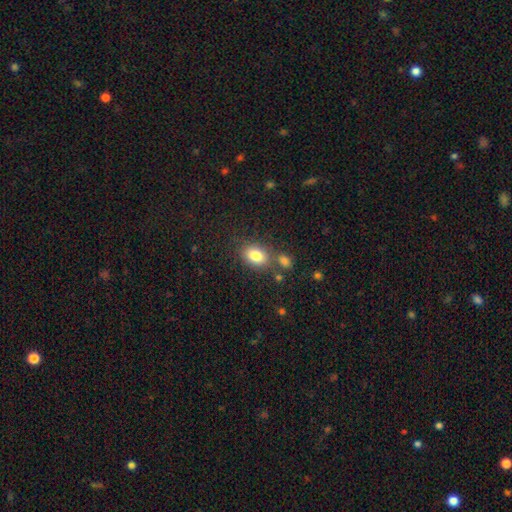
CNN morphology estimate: smooth-or-featured: smooth: 82% | star or artifact: 9% | featured or disk: 9%
  how-rounded: in between: 76% | round: 23% | cigar-shaped: 1%
  merging: none: 69% | merger: 13% | minor disturbance: 13% | major disturbance: 4%